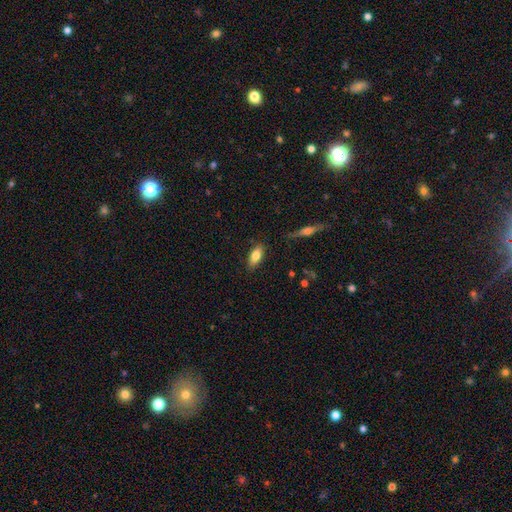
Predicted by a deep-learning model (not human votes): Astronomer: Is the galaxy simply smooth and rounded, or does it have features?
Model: smooth — 78%.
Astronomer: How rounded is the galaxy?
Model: in between — 83%.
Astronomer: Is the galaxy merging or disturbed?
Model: none — 85%.